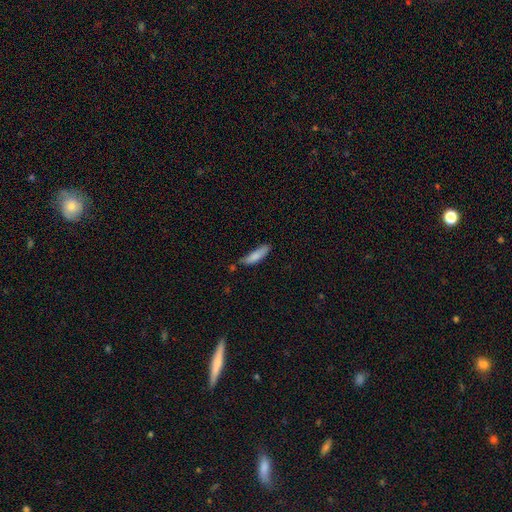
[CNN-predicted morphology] A smooth galaxy with no disk features (83%) that is cigar-shaped (65%).

Vote fractions:
- Smooth or featured? smooth: 83% / featured or disk: 10% / star or artifact: 7%
- How rounded? cigar-shaped: 65% / in between: 33% / round: 1%
- Merging? none: 58% / minor disturbance: 30% / major disturbance: 7% / merger: 6%